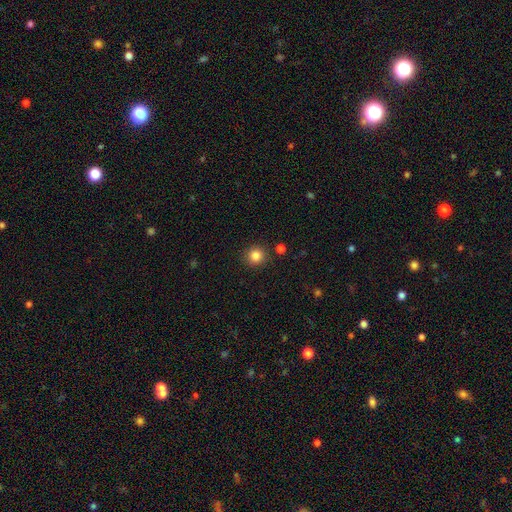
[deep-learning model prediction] Smooth or featured? smooth (84%)
How rounded? round (93%)
Merging? none (89%)